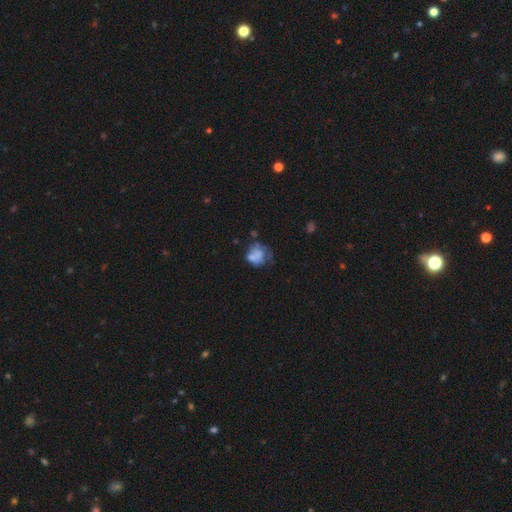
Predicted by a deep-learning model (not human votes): Smooth or featured?
  - smooth: 53% *
  - featured or disk: 36%
  - star or artifact: 11%
How rounded?
  - round: 59% *
  - in between: 40%
  - cigar-shaped: 1%
Merging?
  - none: 31% *
  - major disturbance: 29%
  - minor disturbance: 26%
  - merger: 14%